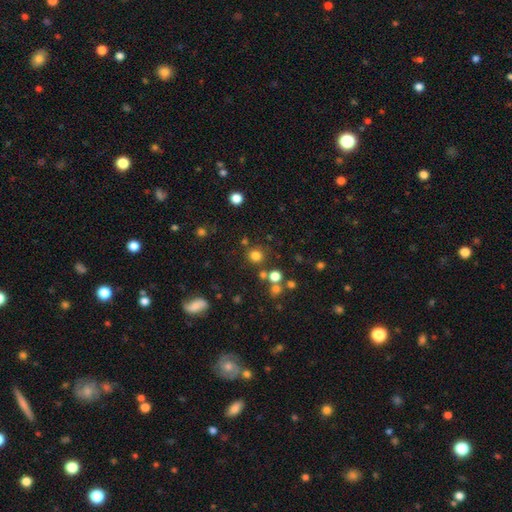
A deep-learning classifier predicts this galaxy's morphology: Smooth or featured?
  - smooth: 76% *
  - star or artifact: 17%
  - featured or disk: 6%
How rounded?
  - round: 90% *
  - in between: 9%
  - cigar-shaped: 1%
Merging?
  - none: 79% *
  - merger: 9%
  - minor disturbance: 8%
  - major disturbance: 4%